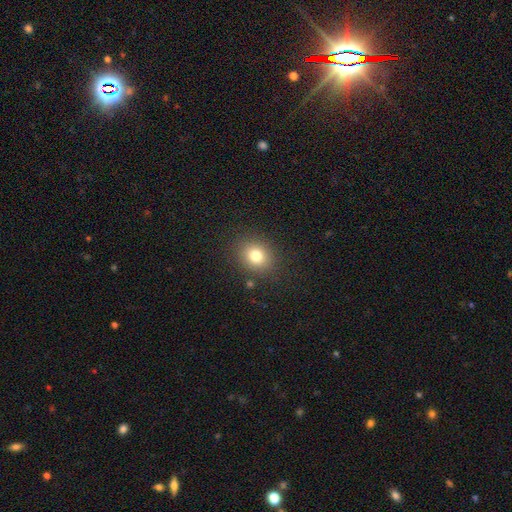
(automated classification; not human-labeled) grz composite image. It shows a smooth galaxy with no disk features (79%) that is round (68%). Merging: none (86%).